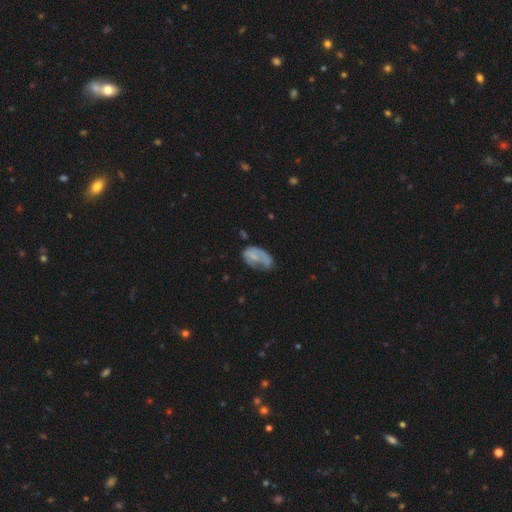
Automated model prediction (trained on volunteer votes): The model was most divided on "merging": major disturbance: 37%, minor disturbance: 32%, none: 26%, merger: 5%. Remaining: smooth or featured — smooth (49%).